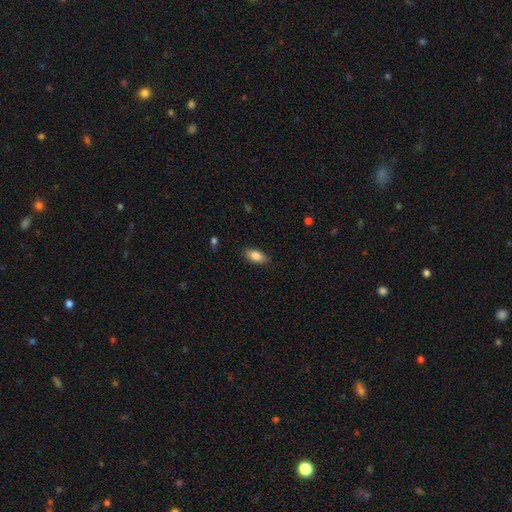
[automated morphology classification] Overall: smooth (83%). How rounded: in between (89%). Merging: none (86%).